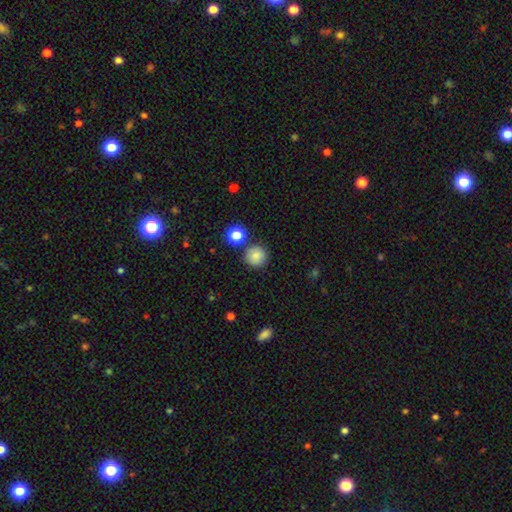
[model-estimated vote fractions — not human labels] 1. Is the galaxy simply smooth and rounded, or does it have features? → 84% smooth, 11% star or artifact, 6% featured or disk.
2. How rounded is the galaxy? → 95% round, 4% in between, 1% cigar-shaped.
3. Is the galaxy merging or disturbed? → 85% none, 7% minor disturbance, 6% merger, 2% major disturbance.